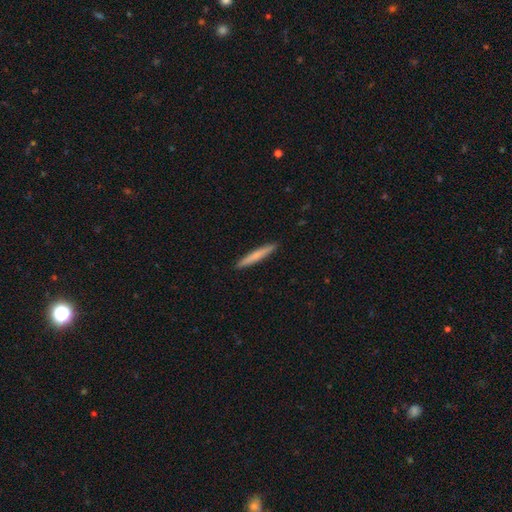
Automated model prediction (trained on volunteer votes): smooth 71%, featured or disk 23%, star or artifact 5%. Down the decision tree: how rounded — cigar-shaped (96%); merging — none (93%).